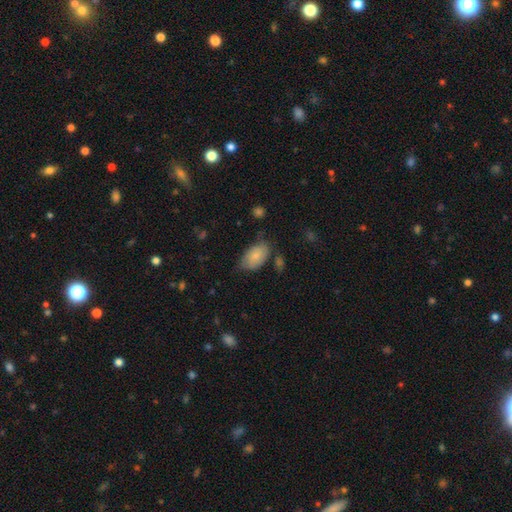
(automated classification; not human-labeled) smooth 80%, featured or disk 14%, star or artifact 6%. Down the decision tree: how rounded — in between (92%); merging — none (60%).